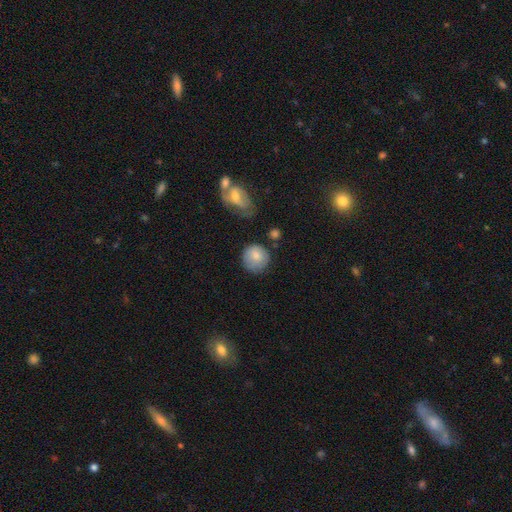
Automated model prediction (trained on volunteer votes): The model was most divided on "merging": none: 64%, minor disturbance: 23%, major disturbance: 7%, merger: 6%. More confident: how rounded — round (88%); smooth or featured — smooth (80%).